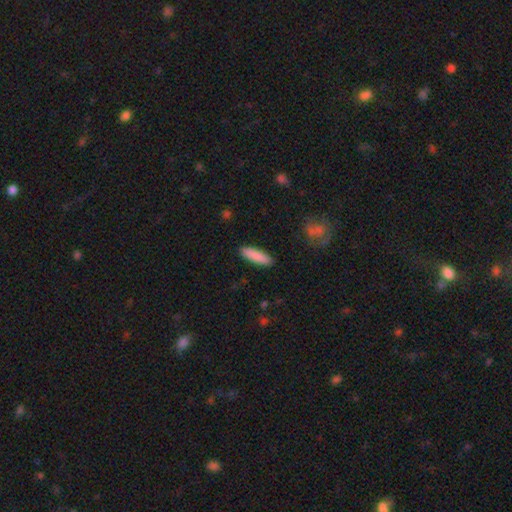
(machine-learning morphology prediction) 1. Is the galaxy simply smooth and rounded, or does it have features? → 88% smooth, 7% featured or disk, 6% star or artifact.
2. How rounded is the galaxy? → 65% cigar-shaped, 34% in between, 1% round.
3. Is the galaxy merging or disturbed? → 90% none, 7% minor disturbance, 2% major disturbance, 1% merger.